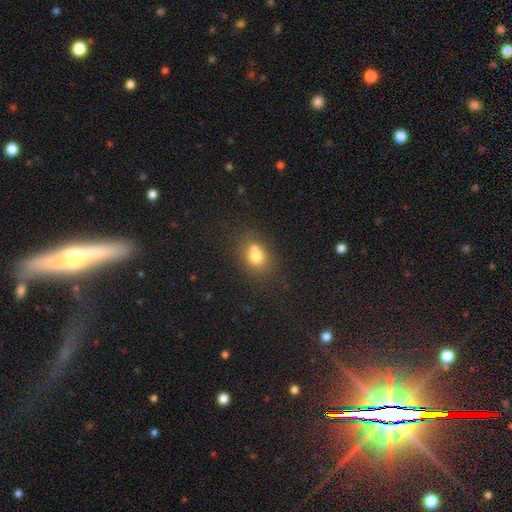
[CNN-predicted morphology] type=smooth (71%); roundness=round (56%); merging=none (47%).